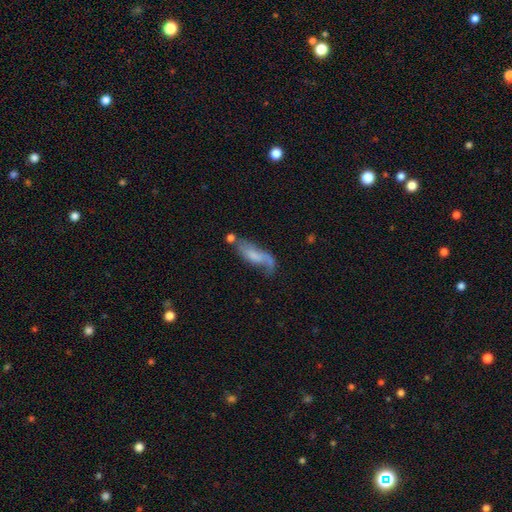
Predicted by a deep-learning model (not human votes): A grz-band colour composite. It shows a featured or disk galaxy (48%). Merging: none (39%).